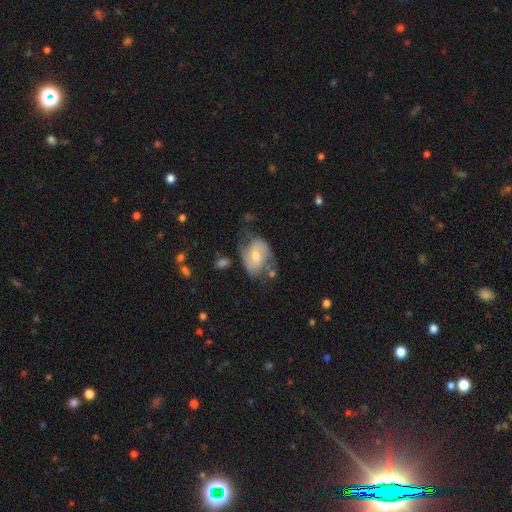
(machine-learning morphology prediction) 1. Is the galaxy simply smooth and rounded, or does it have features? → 61% featured or disk, 32% smooth, 7% star or artifact.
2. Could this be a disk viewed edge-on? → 96% no, 4% yes.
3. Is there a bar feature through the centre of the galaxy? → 48% no, 42% weak, 11% strong.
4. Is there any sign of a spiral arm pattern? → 83% yes, 17% no.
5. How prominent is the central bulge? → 59% moderate, 30% small, 7% large, 3% none, 1% dominant.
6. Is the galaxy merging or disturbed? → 47% none, 28% minor disturbance, 18% major disturbance, 7% merger.